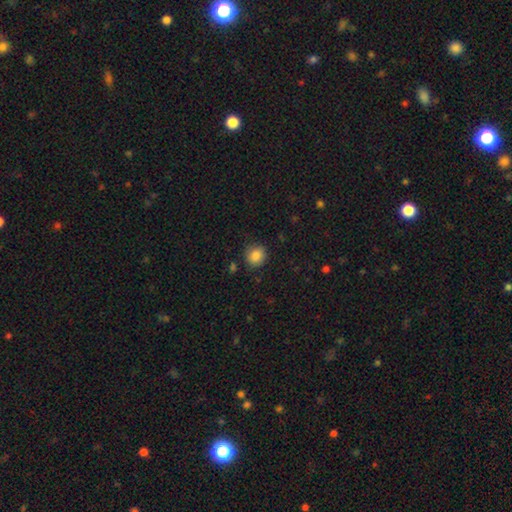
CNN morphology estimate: Smooth or featured?
  - smooth: 86% *
  - star or artifact: 10%
  - featured or disk: 4%
How rounded?
  - round: 83% *
  - in between: 16%
  - cigar-shaped: 1%
Merging?
  - none: 85% *
  - minor disturbance: 11%
  - major disturbance: 3%
  - merger: 2%